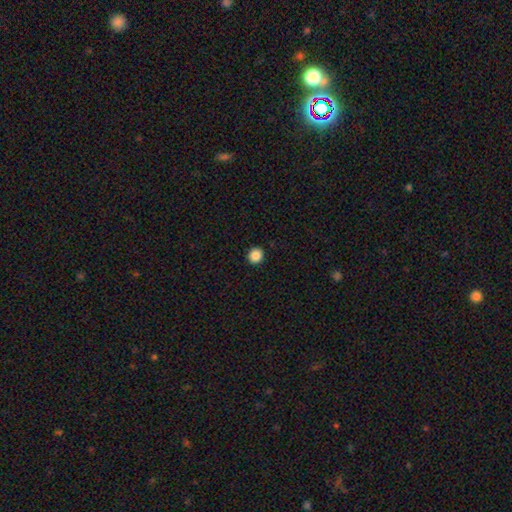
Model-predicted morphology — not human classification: Smooth or featured: smooth — 87% (star or artifact — 10%)
How rounded: round — 89% (in between — 10%)
Merging: none — 93% (minor disturbance — 5%)